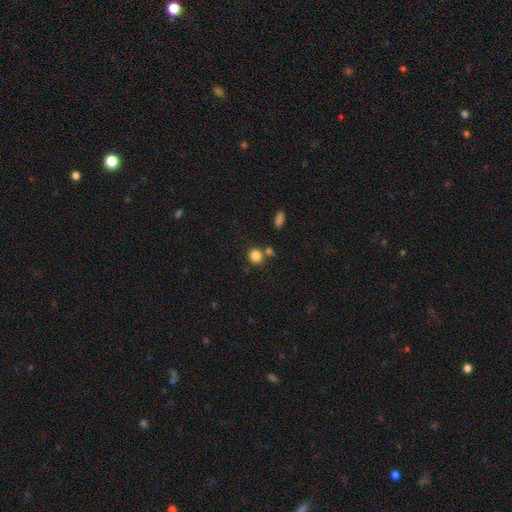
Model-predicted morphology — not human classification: A smooth galaxy with no disk features (84%) that is round (84%).

Vote fractions:
- Smooth or featured? smooth: 84% / star or artifact: 11% / featured or disk: 5%
- How rounded? round: 84% / in between: 15% / cigar-shaped: 1%
- Merging? none: 71% / merger: 16% / minor disturbance: 9% / major disturbance: 3%